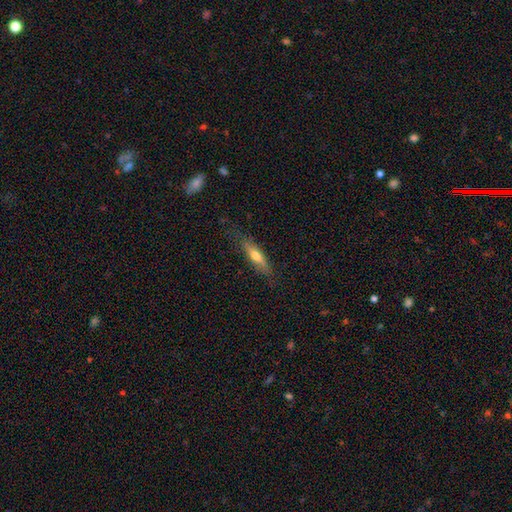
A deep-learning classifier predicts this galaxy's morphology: Q: Smooth or featured?
A: smooth (59%); runner-up: featured or disk (35%)
Q: How rounded?
A: cigar-shaped (64%); runner-up: in between (33%)
Q: Merging?
A: none (76%); runner-up: minor disturbance (18%)